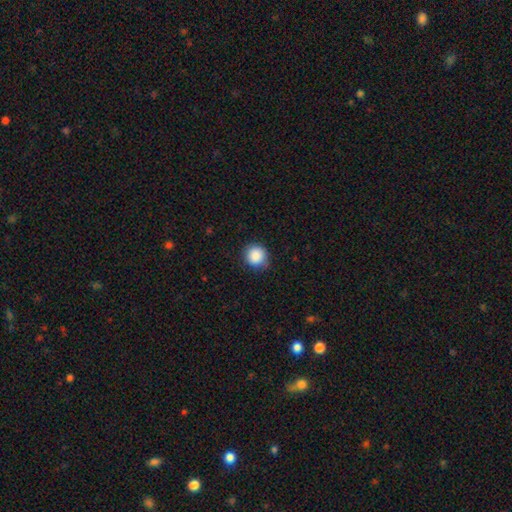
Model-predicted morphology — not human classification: The model was most divided on "merging": none: 83%, minor disturbance: 14%, major disturbance: 3%, merger: 1%. More confident: how rounded — round (90%); smooth or featured — smooth (88%).